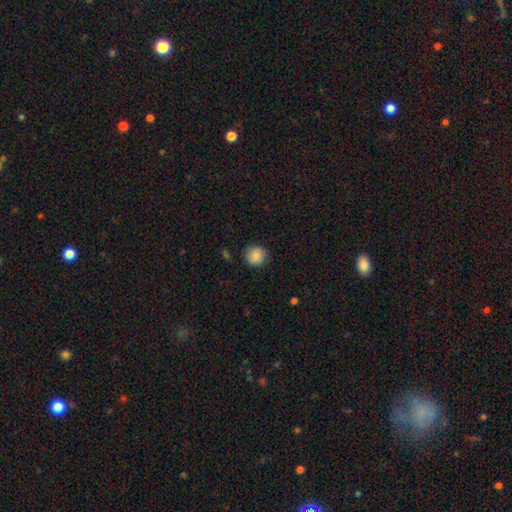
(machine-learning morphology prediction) Smooth or featured: smooth — 86% (star or artifact — 8%)
How rounded: round — 92% (in between — 7%)
Merging: none — 87% (minor disturbance — 9%)